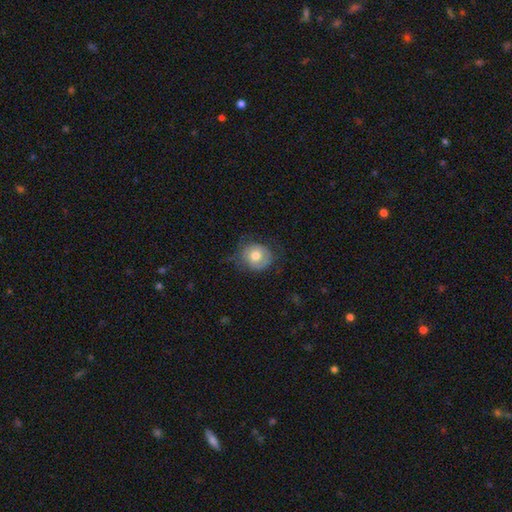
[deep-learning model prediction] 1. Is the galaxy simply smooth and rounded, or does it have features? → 70% smooth, 22% featured or disk, 8% star or artifact.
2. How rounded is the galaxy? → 80% round, 19% in between, 1% cigar-shaped.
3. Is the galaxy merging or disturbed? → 65% none, 24% minor disturbance, 10% major disturbance, 1% merger.